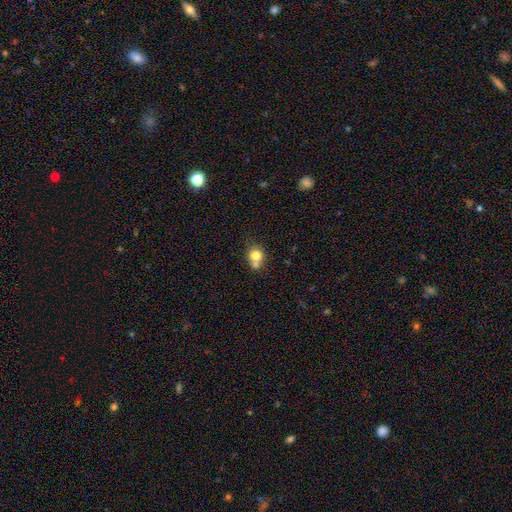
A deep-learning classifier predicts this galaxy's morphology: Q: Smooth or featured?
A: smooth (76%); runner-up: featured or disk (13%)
Q: How rounded?
A: round (77%); runner-up: in between (22%)
Q: Merging?
A: none (43%); tied with: merger (43%)